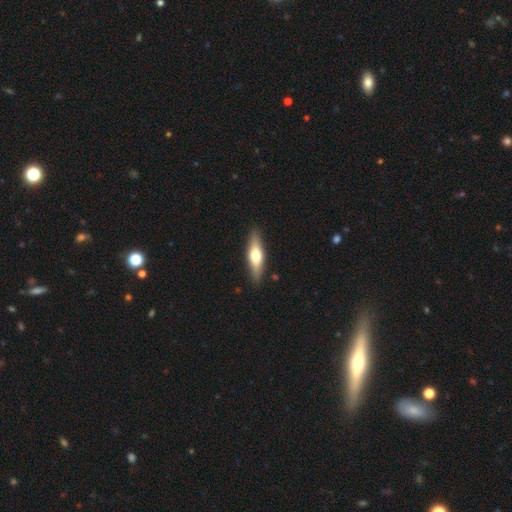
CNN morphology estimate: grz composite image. It shows a featured or disk galaxy (48%). Merging: none (88%).